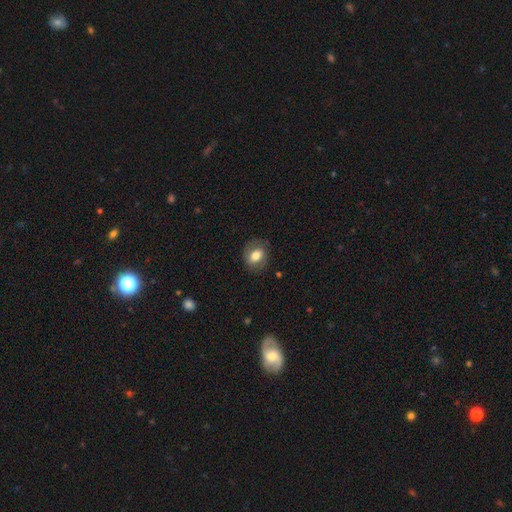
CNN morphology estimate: smooth-or-featured: smooth: 69% | featured or disk: 24% | star or artifact: 8%
  how-rounded: in between: 53% | round: 46% | cigar-shaped: 1%
  merging: none: 78% | minor disturbance: 15% | major disturbance: 6% | merger: 1%